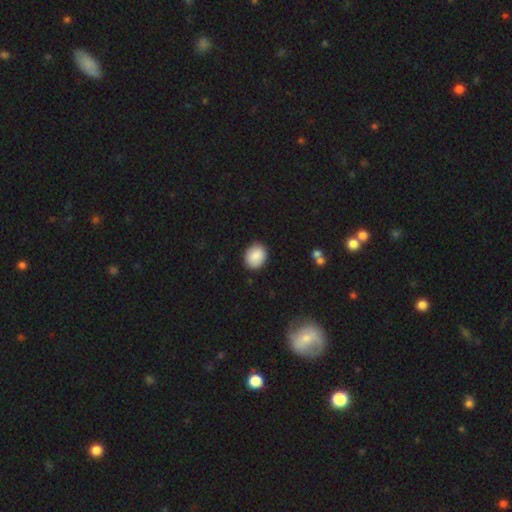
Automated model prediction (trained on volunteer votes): Q: Smooth or featured?
A: smooth (87%); runner-up: star or artifact (7%)
Q: How rounded?
A: round (51%); runner-up: in between (49%)
Q: Merging?
A: none (87%); runner-up: minor disturbance (10%)